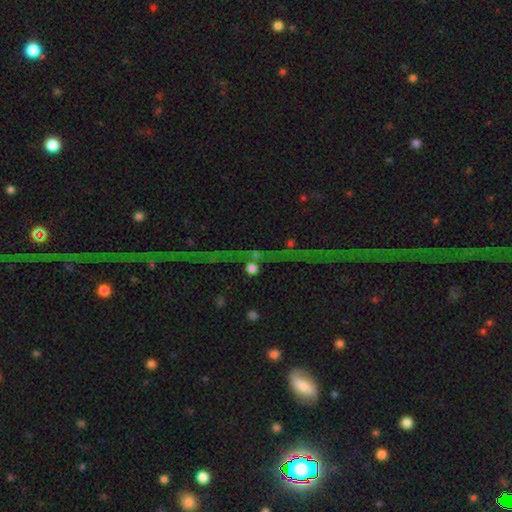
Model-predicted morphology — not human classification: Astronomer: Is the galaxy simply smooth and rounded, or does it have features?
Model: star or artifact — 64%.